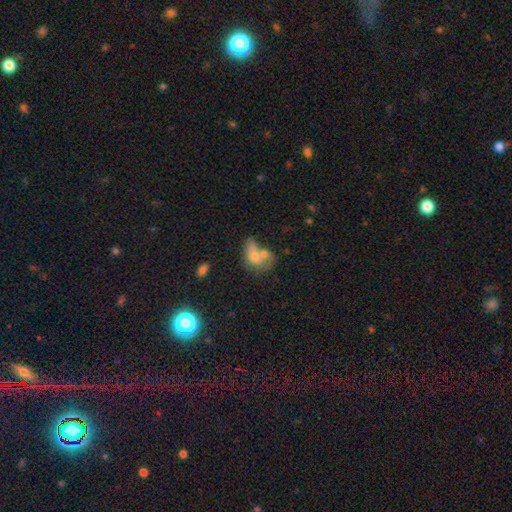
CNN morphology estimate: Smooth or featured? smooth (63%)
How rounded? in between (76%)
Merging? merger (57%)